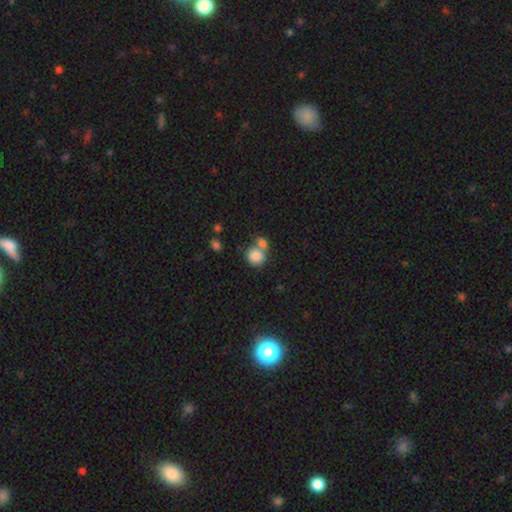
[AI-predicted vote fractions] A smooth galaxy with no disk features (83%) that is round (78%).

Vote fractions:
- Smooth or featured? smooth: 83% / featured or disk: 9% / star or artifact: 9%
- How rounded? round: 78% / in between: 21% / cigar-shaped: 1%
- Merging? merger: 48% / none: 38% / minor disturbance: 10% / major disturbance: 4%